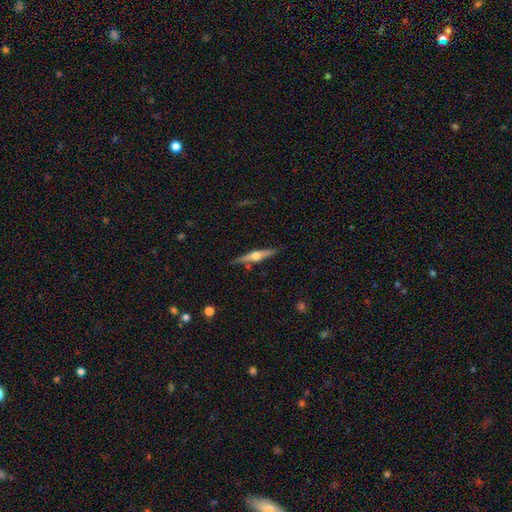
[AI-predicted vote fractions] The model was most divided on "smooth or featured": featured or disk: 74%, smooth: 20%, star or artifact: 6%. More confident: edge-on disk — yes (98%); edge-on bulge — rounded (95%); merging — none (87%).